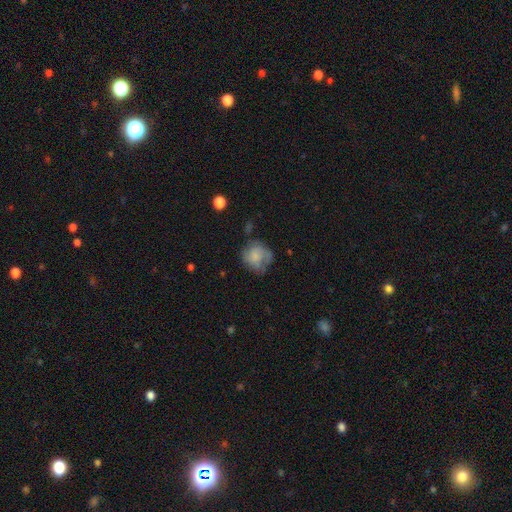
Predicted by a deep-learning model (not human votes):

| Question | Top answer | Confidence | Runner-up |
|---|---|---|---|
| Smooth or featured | smooth | 58% | featured or disk (33%) |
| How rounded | round | 70% | in between (29%) |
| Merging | none | 47% | minor disturbance (28%) |